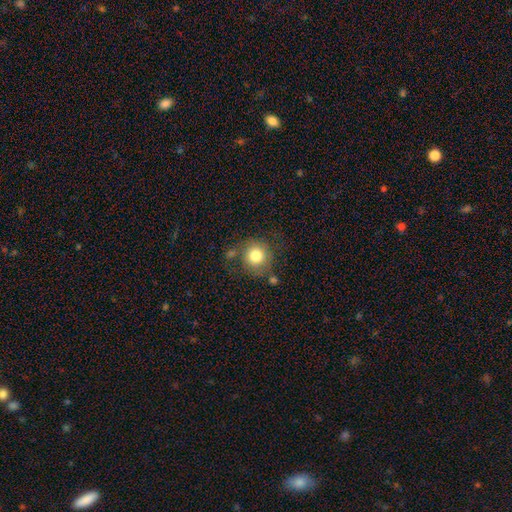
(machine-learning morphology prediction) The model was most divided on "merging": none: 69%, minor disturbance: 16%, merger: 8%, major disturbance: 8%. More confident: how rounded — round (91%); smooth or featured — smooth (80%).